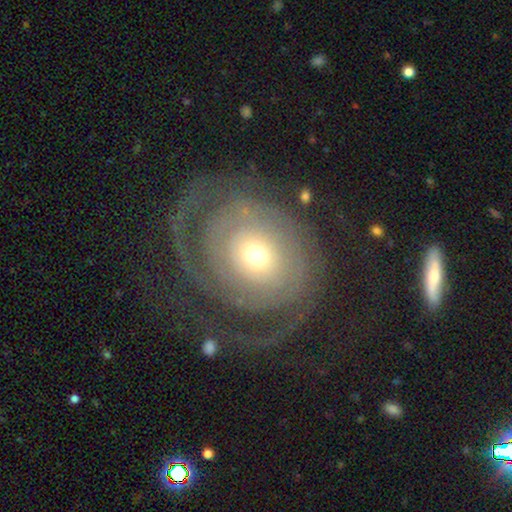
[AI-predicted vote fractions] Smooth or featured? featured or disk (79%)
Edge-on disk? no (97%)
Bar? no (82%)
Spiral arms? yes (85%)
Spiral winding? tight (64%)
Spiral arm count? 2 (41%)
Bulge size? moderate (48%)
Merging? none (62%)